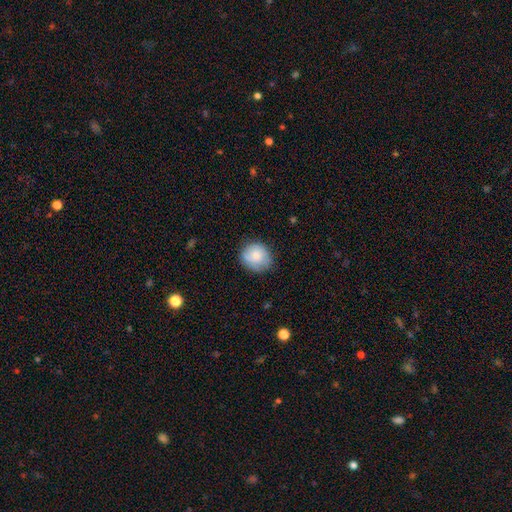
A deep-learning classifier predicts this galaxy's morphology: A smooth galaxy with no disk features (75%) that is round (81%).

Vote fractions:
- Smooth or featured? smooth: 75% / featured or disk: 18% / star or artifact: 7%
- How rounded? round: 81% / in between: 18% / cigar-shaped: 1%
- Merging? none: 77% / minor disturbance: 18% / major disturbance: 4% / merger: 1%